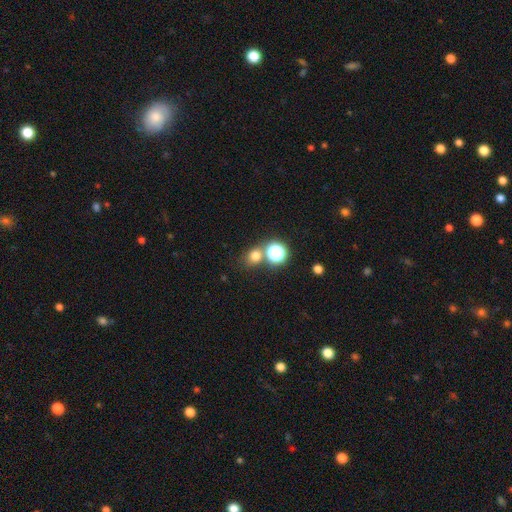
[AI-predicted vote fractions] Morphology: type=smooth (68%); roundness=round (73%); merging=none (64%).